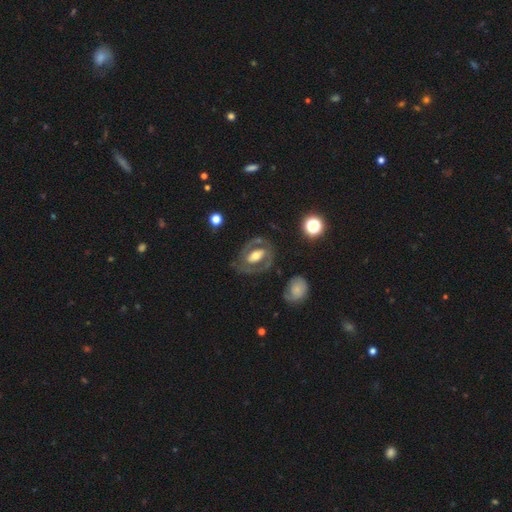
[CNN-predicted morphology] This is likely a featured or disk galaxy (71%). It is clearly not viewed edge-on (94%). Bar: marginally no (39%). Spiral arm pattern: possibly yes (58%). Central bulge: possibly moderate (59%). Merging: likely none (72%).